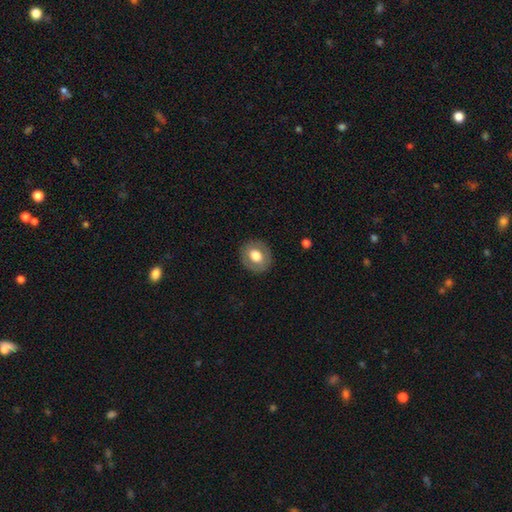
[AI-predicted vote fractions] smooth 63%, featured or disk 30%, star or artifact 7%. Down the decision tree: how rounded — round (73%); merging — none (86%).